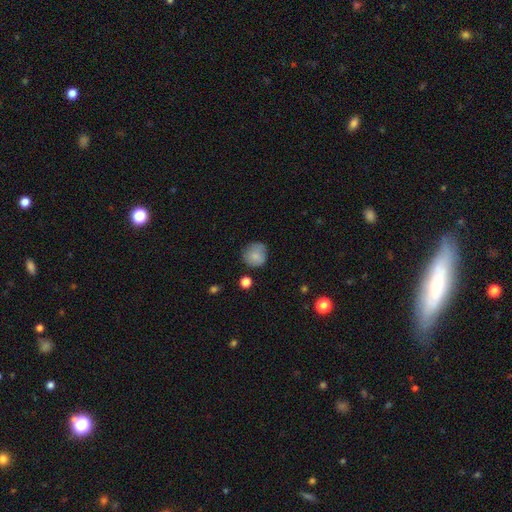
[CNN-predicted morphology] Q: Smooth or featured?
A: smooth (81%); runner-up: featured or disk (10%)
Q: How rounded?
A: round (88%); runner-up: in between (11%)
Q: Merging?
A: none (72%); runner-up: minor disturbance (20%)